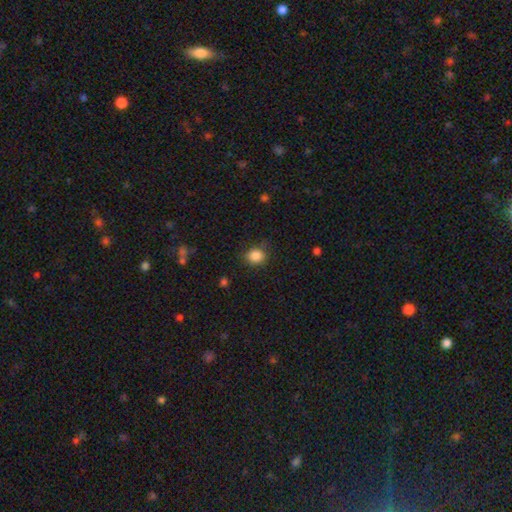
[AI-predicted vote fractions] This appears to be a smooth galaxy with no disk features (86%) that is round (71%). Merging: none (79%).